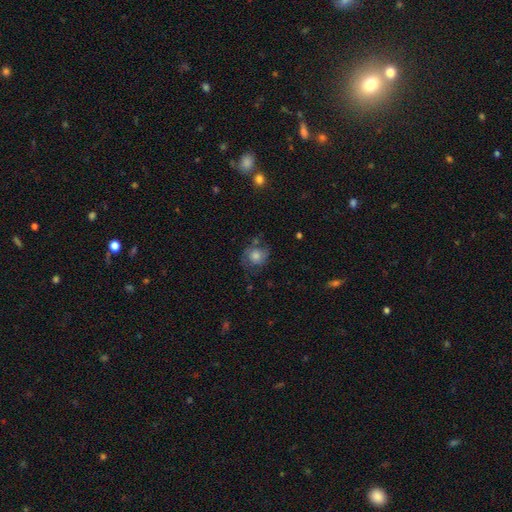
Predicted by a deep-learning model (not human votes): The model was most divided on "smooth or featured": smooth: 49%, featured or disk: 39%, star or artifact: 11%. More confident: merging — none (60%).